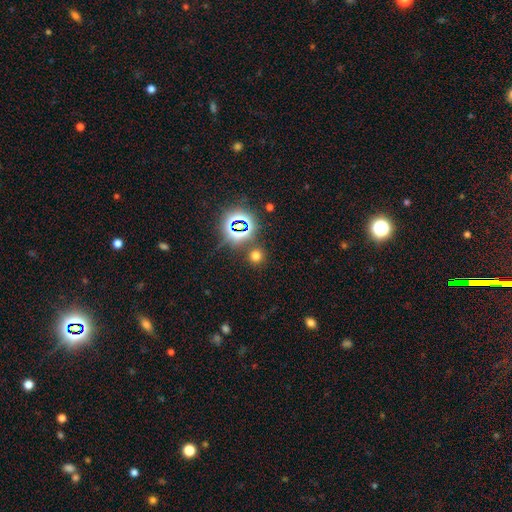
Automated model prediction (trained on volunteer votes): A smooth galaxy with no disk features (60%) that is round (91%). Merging: none (83%).